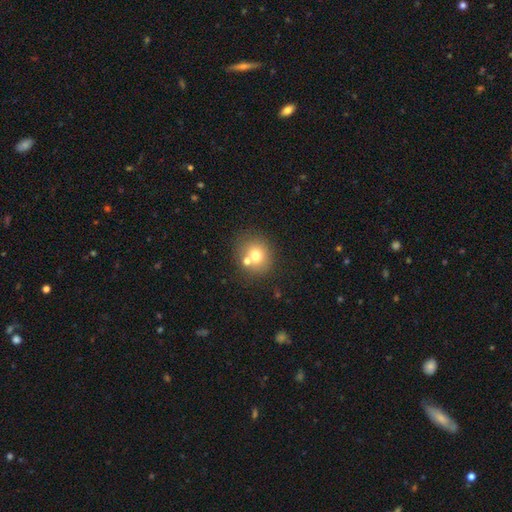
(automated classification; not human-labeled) smooth-or-featured: smooth: 70% | featured or disk: 17% | star or artifact: 13%
  how-rounded: round: 81% | in between: 18% | cigar-shaped: 1%
  merging: none: 62% | merger: 24% | minor disturbance: 10% | major disturbance: 4%